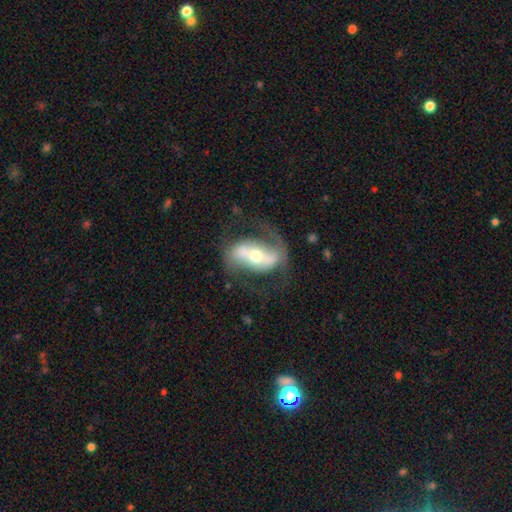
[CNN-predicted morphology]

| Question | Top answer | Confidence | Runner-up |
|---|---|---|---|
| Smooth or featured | featured or disk | 80% | smooth (14%) |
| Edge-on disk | no | 92% | yes (8%) |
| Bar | strong | 57% | weak (24%) |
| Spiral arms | yes | 84% | no (16%) |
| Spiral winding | medium | 46% | loose (38%) |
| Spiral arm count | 2 | 85% | can't tell (6%) |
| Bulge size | moderate | 64% | small (27%) |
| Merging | none | 61% | major disturbance (18%) |